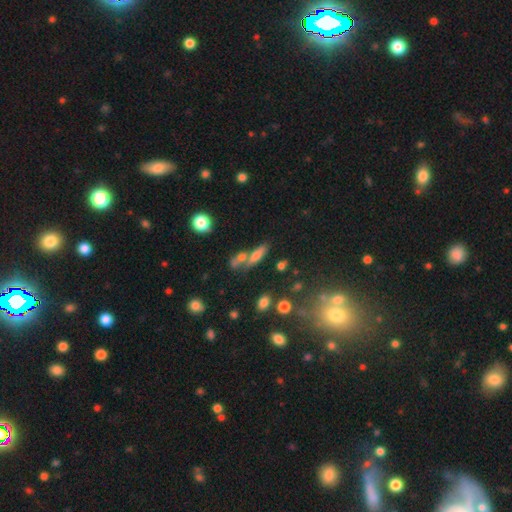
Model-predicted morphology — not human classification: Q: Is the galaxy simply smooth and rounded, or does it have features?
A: smooth — 59%.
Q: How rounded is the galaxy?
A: cigar-shaped — 58%.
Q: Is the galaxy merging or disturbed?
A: none — 47%.